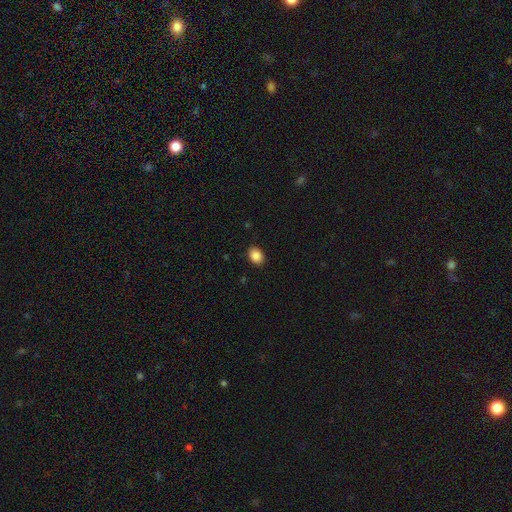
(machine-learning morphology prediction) Smooth or featured? Predicted: smooth (p=0.87). How rounded? Predicted: in between (p=0.63). Merging? Predicted: none (p=0.89).